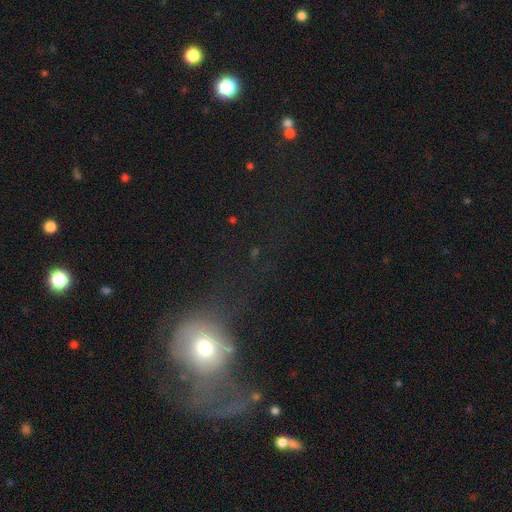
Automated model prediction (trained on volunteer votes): smooth_or_featured: smooth (p=0.43) [alt: star or artifact p=0.29]
merging: major disturbance (p=0.44) [alt: none p=0.30]